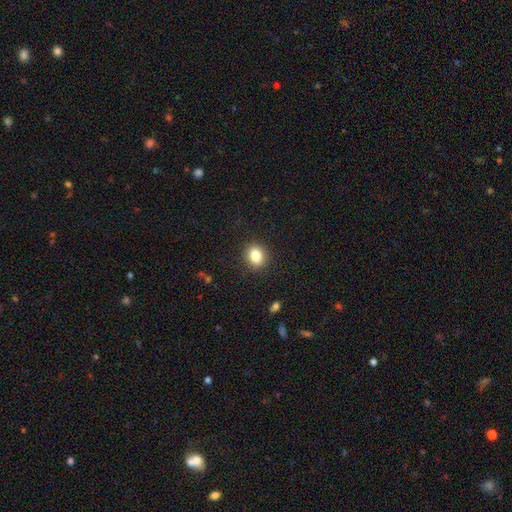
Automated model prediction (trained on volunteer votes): smooth_or_featured: smooth (p=0.83) [alt: star or artifact p=0.10]
how_rounded: in between (p=0.50) [alt: round p=0.49]
merging: none (p=0.89) [alt: minor disturbance p=0.07]